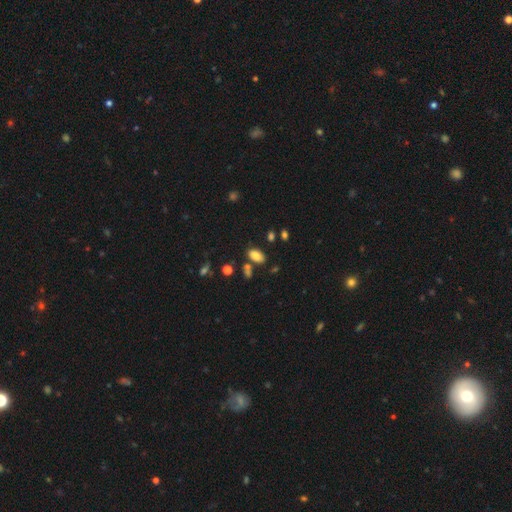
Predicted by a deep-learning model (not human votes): This appears to be a smooth galaxy with no disk features (83%) that is in between round and cigar-shaped (92%). Merging: none (74%).